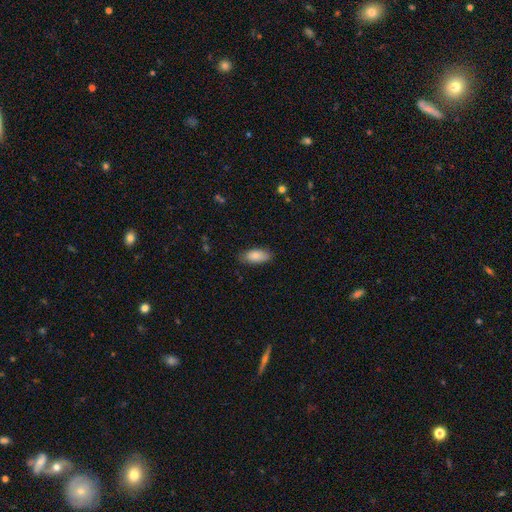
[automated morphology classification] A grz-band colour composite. It shows a smooth galaxy with no disk features (84%) that is in between round and cigar-shaped (87%). Merging: none (81%).